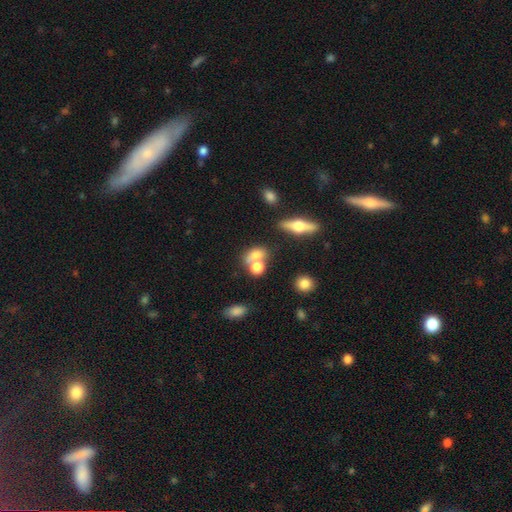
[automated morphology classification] smooth_or_featured: smooth (p=0.65) [alt: featured or disk p=0.22]
how_rounded: in between (p=0.55) [alt: round p=0.41]
merging: merger (p=0.50) [alt: none p=0.34]